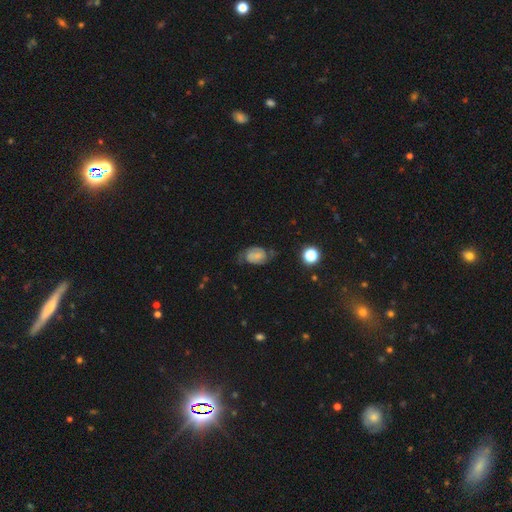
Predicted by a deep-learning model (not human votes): Smooth or featured: featured or disk — 51% (smooth — 38%)
Edge-on disk: no — 96% (yes — 4%)
Merging: none — 53% (minor disturbance — 28%)